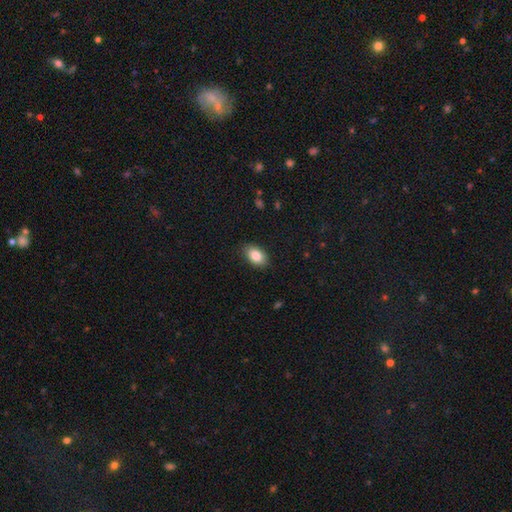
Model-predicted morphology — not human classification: Smooth or featured: smooth — 85% (featured or disk — 8%)
How rounded: in between — 88% (round — 10%)
Merging: none — 87% (minor disturbance — 10%)